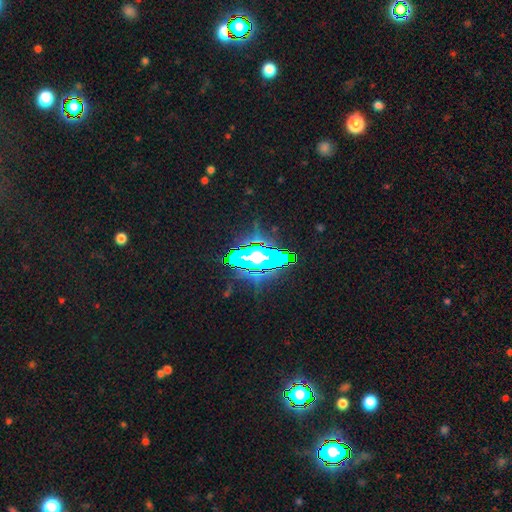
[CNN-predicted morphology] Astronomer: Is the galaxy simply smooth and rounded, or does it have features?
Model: star or artifact — 58%.